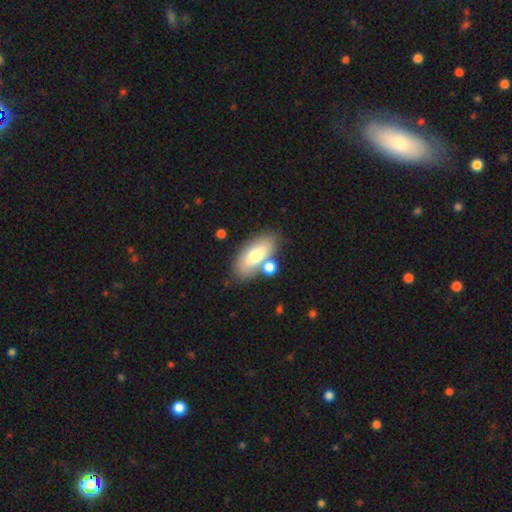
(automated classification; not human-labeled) Morphology: type=smooth (67%); roundness=in between (85%); merging=none (65%).